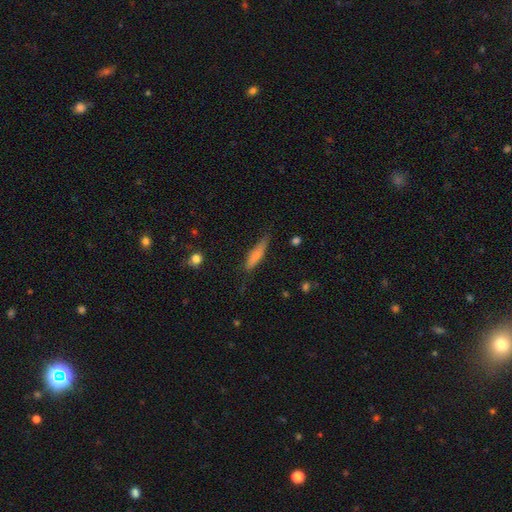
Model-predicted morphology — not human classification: smooth 76%, featured or disk 18%, star or artifact 7%. Down the decision tree: how rounded — cigar-shaped (77%); merging — none (71%).